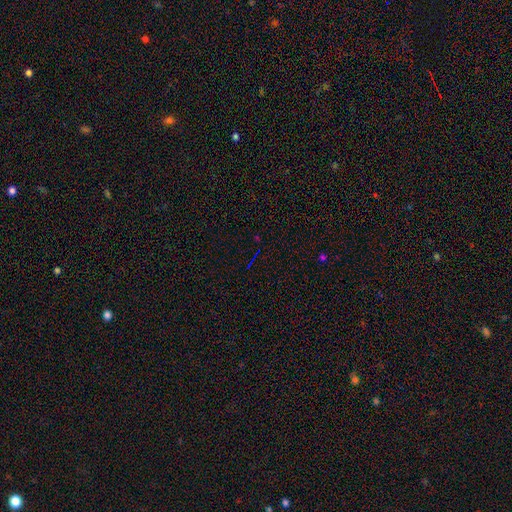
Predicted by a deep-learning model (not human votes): smooth_or_featured: star or artifact (p=0.73) [alt: smooth p=0.15]